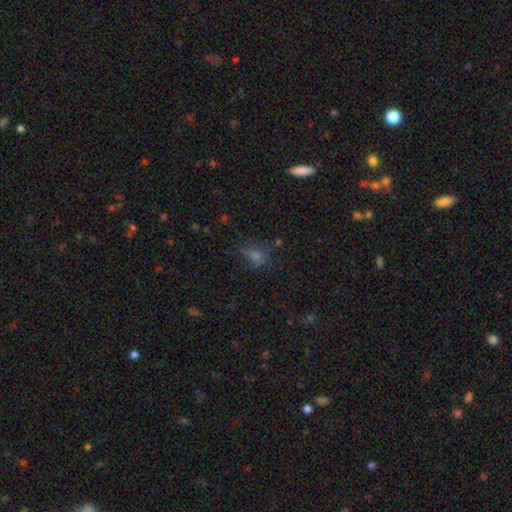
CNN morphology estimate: This is possibly a smooth galaxy (51%). How rounded: possibly round (51%). Merging: likely none (62%).